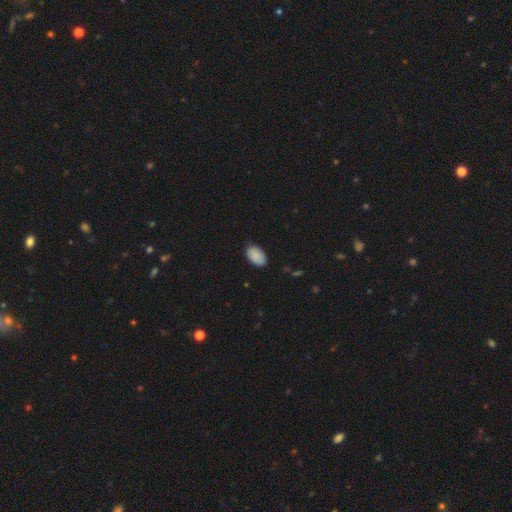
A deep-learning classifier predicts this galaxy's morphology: Smooth or featured: smooth — 88% (star or artifact — 7%)
How rounded: in between — 93% (round — 6%)
Merging: none — 84% (minor disturbance — 13%)